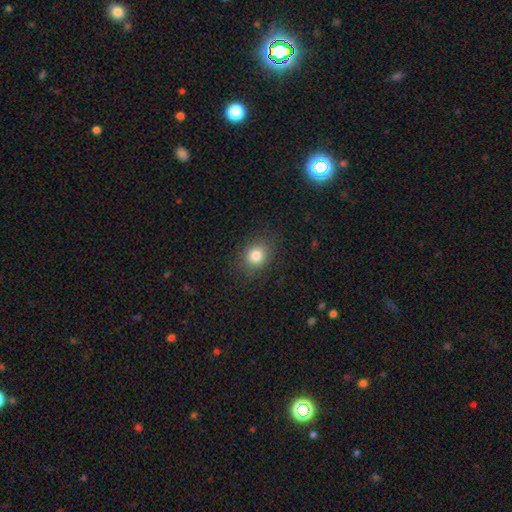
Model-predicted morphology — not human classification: Smooth or featured?
  - smooth: 82% *
  - star or artifact: 12%
  - featured or disk: 7%
How rounded?
  - round: 66% *
  - in between: 33%
  - cigar-shaped: 1%
Merging?
  - none: 85% *
  - minor disturbance: 10%
  - major disturbance: 4%
  - merger: 1%